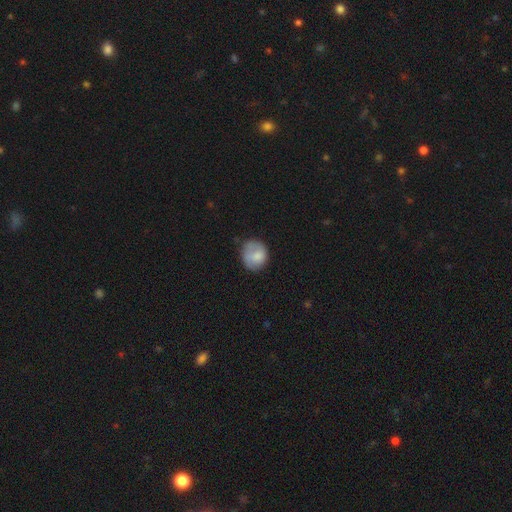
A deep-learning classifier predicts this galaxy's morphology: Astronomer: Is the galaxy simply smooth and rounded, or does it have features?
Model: smooth — 74%.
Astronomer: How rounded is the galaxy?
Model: round — 71%.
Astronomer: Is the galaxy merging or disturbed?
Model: none — 53% (runner-up: minor disturbance, 30%).